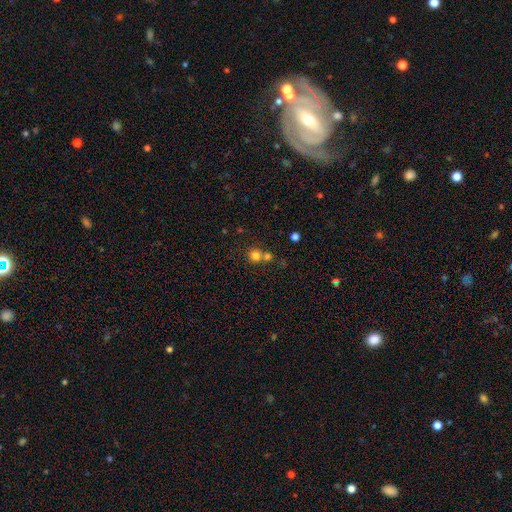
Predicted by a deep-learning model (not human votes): smooth 78%, star or artifact 14%, featured or disk 8%. Down the decision tree: how rounded — round (90%); merging — none (55%).